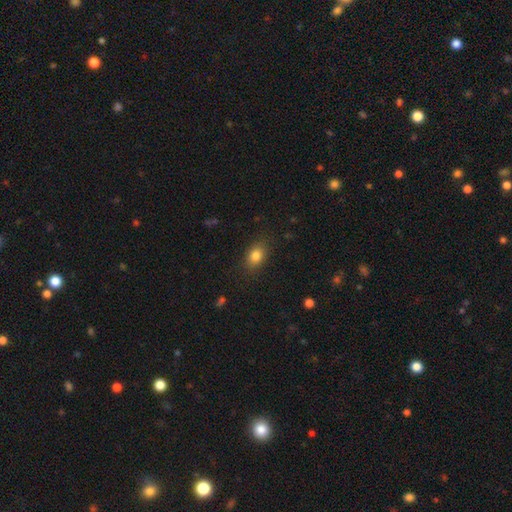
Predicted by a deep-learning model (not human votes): smooth 83%, star or artifact 10%, featured or disk 7%. Down the decision tree: how rounded — in between (74%); merging — none (83%).